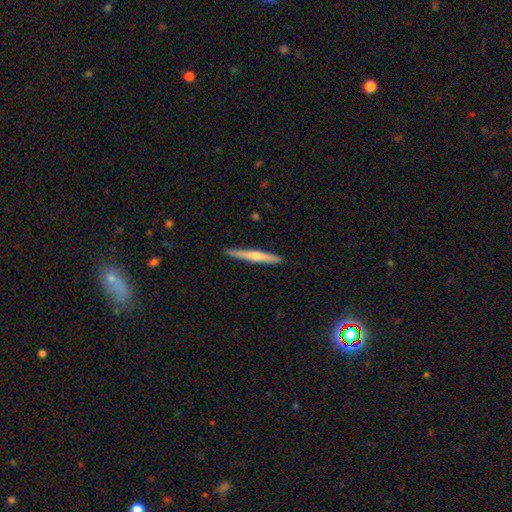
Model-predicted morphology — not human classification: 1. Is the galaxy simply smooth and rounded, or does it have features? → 52% smooth, 43% featured or disk, 5% star or artifact.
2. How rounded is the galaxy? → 96% cigar-shaped, 3% in between, 1% round.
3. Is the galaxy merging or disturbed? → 88% none, 9% minor disturbance, 1% major disturbance, 1% merger.